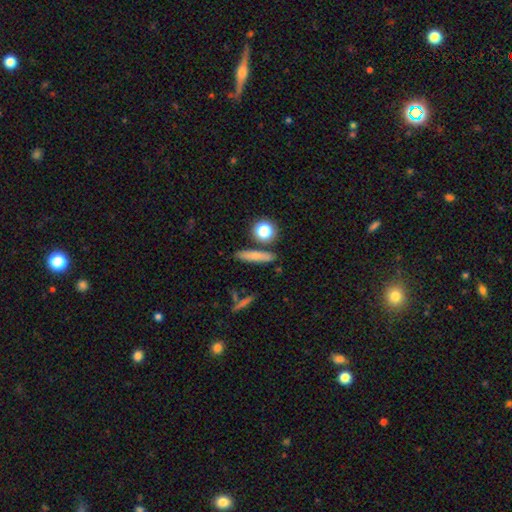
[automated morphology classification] smooth-or-featured: smooth: 74% | featured or disk: 16% | star or artifact: 10%
  how-rounded: cigar-shaped: 63% | round: 19% | in between: 18%
  merging: none: 81% | minor disturbance: 9% | merger: 7% | major disturbance: 3%